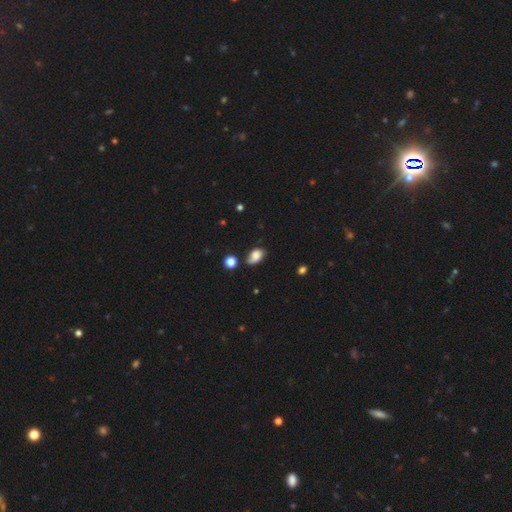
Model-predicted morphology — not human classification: This appears to be a smooth galaxy with no disk features (75%) that is in between round and cigar-shaped (86%). Merging: none (54%).